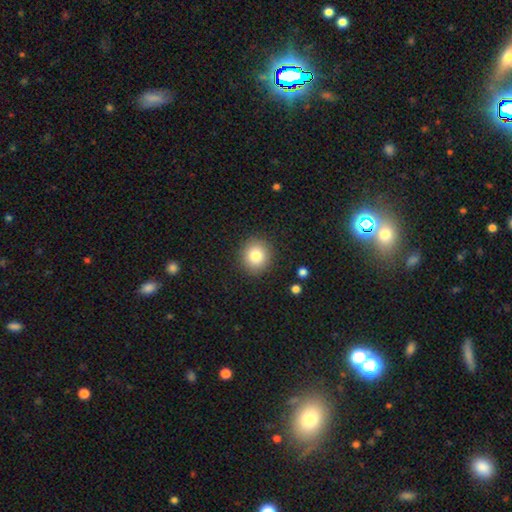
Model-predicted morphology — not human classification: Smooth or featured?
  - smooth: 82% *
  - star or artifact: 10%
  - featured or disk: 8%
How rounded?
  - round: 89% *
  - in between: 10%
  - cigar-shaped: 1%
Merging?
  - none: 90% *
  - minor disturbance: 7%
  - major disturbance: 2%
  - merger: 1%